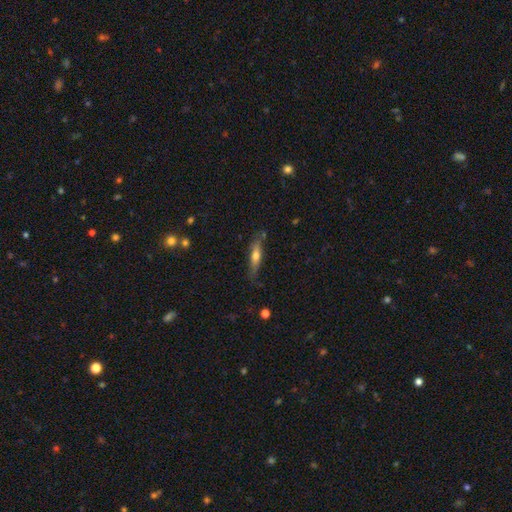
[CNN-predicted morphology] smooth_or_featured: smooth (p=0.53) [alt: featured or disk p=0.40]
how_rounded: cigar-shaped (p=0.74) [alt: in between p=0.24]
merging: none (p=0.73) [alt: minor disturbance p=0.19]